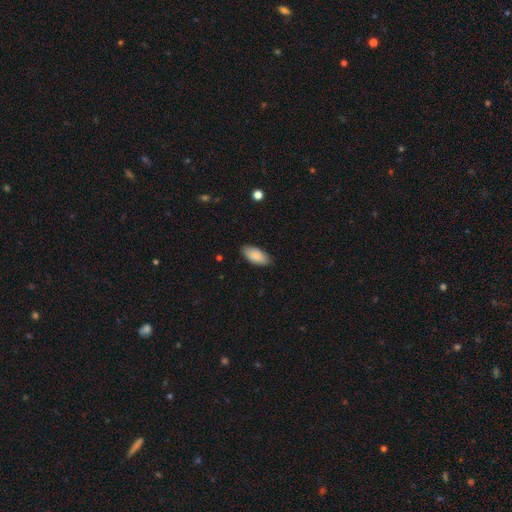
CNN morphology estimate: The model was most divided on "merging": none: 86%, minor disturbance: 11%, major disturbance: 2%, merger: 1%. More confident: how rounded — in between (91%); smooth or featured — smooth (87%).